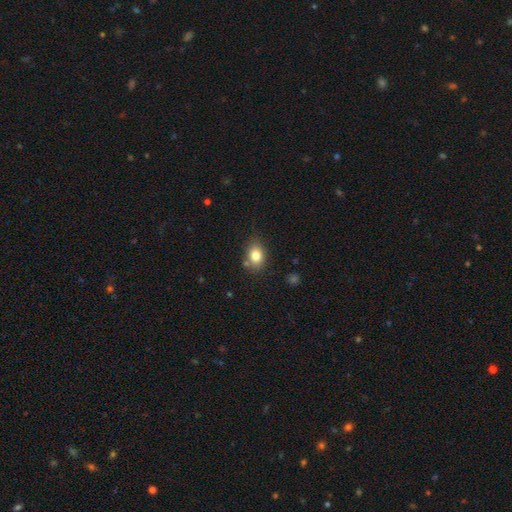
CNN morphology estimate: smooth-or-featured: smooth: 81% | star or artifact: 10% | featured or disk: 9%
  how-rounded: in between: 68% | round: 31% | cigar-shaped: 1%
  merging: none: 75% | minor disturbance: 16% | merger: 6% | major disturbance: 4%